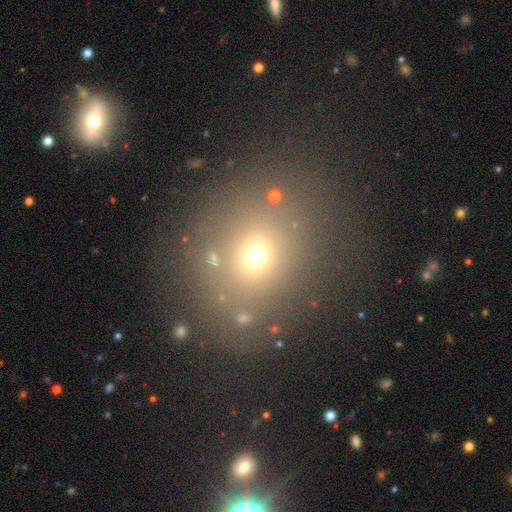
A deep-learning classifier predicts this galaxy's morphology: Smooth or featured? smooth (64%)
How rounded? round (71%)
Merging? none (78%)